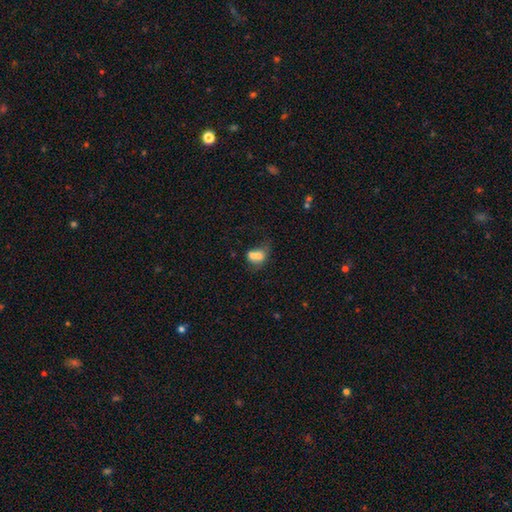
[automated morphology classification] The model was most divided on "how rounded": in between: 51%, round: 48%, cigar-shaped: 1%. More confident: smooth or featured — smooth (67%); merging — merger (66%).